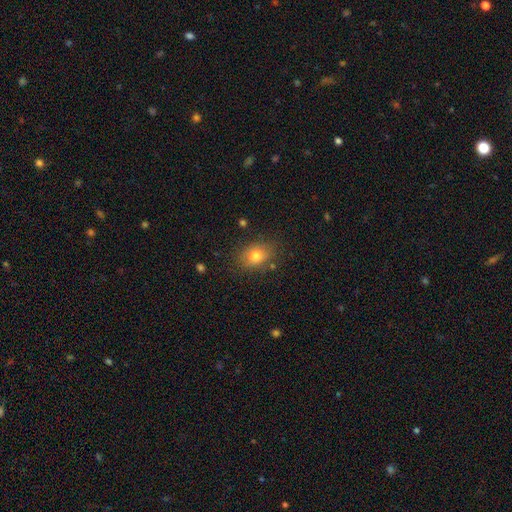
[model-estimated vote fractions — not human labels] Q: Smooth or featured?
A: smooth (77%); runner-up: featured or disk (12%)
Q: How rounded?
A: in between (64%); runner-up: round (34%)
Q: Merging?
A: none (81%); runner-up: minor disturbance (14%)